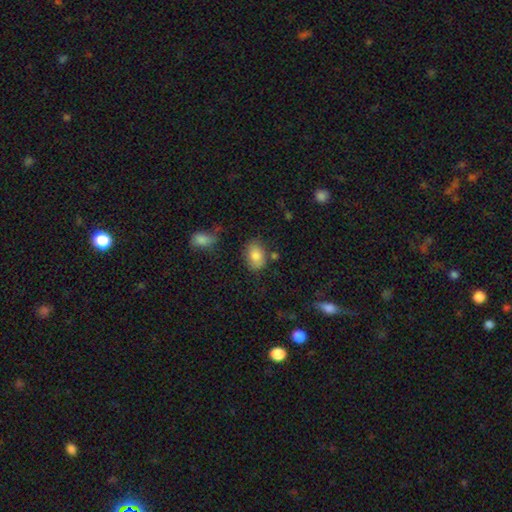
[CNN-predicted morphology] This appears to be a smooth galaxy with no disk features (83%) that is in between round and cigar-shaped (81%). Merging: none (71%).